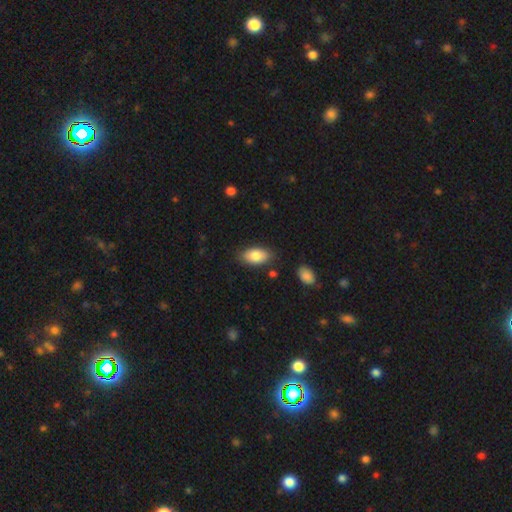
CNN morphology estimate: smooth-or-featured: smooth: 82% | featured or disk: 12% | star or artifact: 7%
  how-rounded: in between: 93% | round: 4% | cigar-shaped: 2%
  merging: none: 81% | minor disturbance: 14% | merger: 3% | major disturbance: 3%